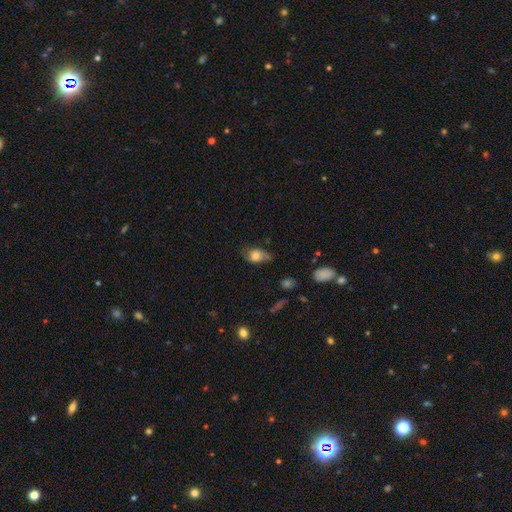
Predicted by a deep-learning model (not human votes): A smooth galaxy with no disk features (57%) that is in between round and cigar-shaped (75%).

Vote fractions:
- Smooth or featured? smooth: 57% / featured or disk: 35% / star or artifact: 9%
- How rounded? in between: 75% / round: 22% / cigar-shaped: 3%
- Merging? none: 52% / minor disturbance: 33% / major disturbance: 14% / merger: 2%